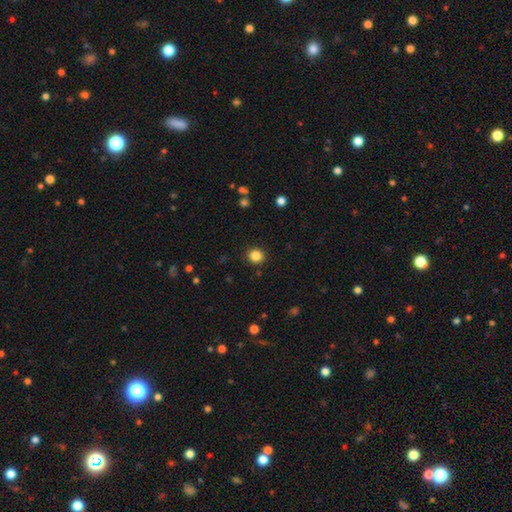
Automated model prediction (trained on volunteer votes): Smooth or featured? smooth (85%)
How rounded? round (89%)
Merging? none (91%)